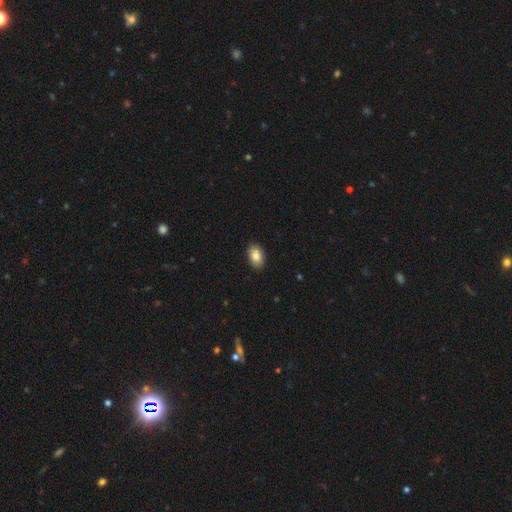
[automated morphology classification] A smooth galaxy with no disk features (85%) that is in between round and cigar-shaped (88%). Merging: none (90%).